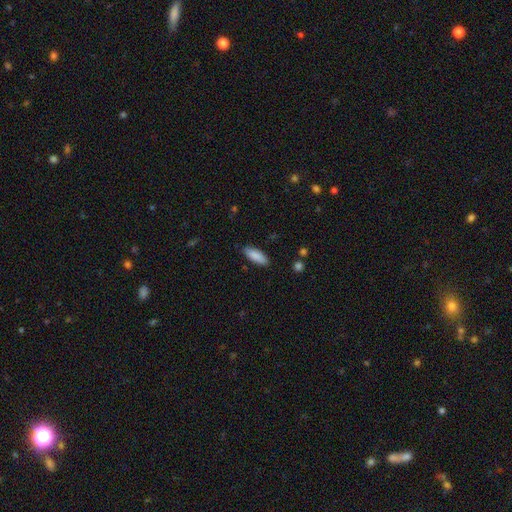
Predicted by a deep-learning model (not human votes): smooth 88%, featured or disk 6%, star or artifact 6%. Down the decision tree: how rounded — in between (67%); merging — none (87%).